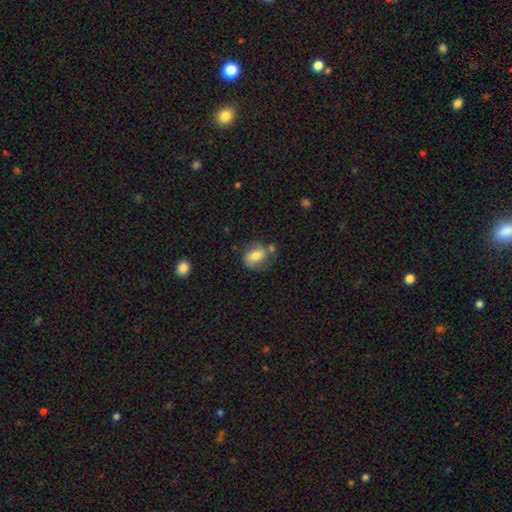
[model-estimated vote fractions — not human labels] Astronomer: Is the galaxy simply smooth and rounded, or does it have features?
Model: smooth — 65%.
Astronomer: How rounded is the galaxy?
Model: in between — 73%.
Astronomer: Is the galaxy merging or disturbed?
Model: none — 50%.